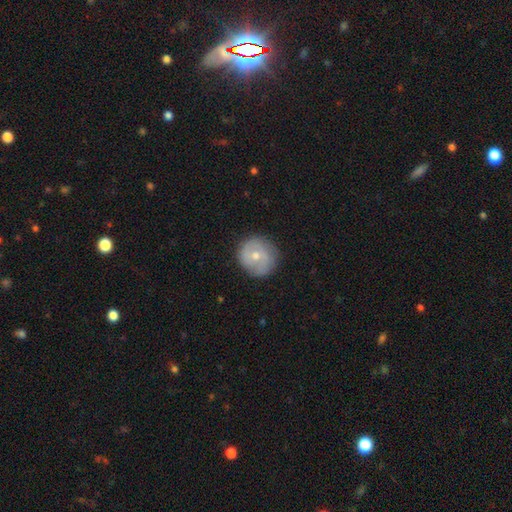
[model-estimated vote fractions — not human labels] This appears to be a featured or disk galaxy (49%). Merging: none (80%).